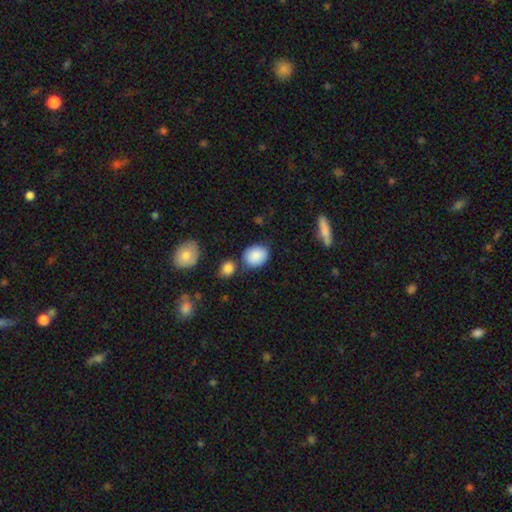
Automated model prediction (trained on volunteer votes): Smooth or featured? smooth (88%)
How rounded? round (51%)
Merging? none (73%)